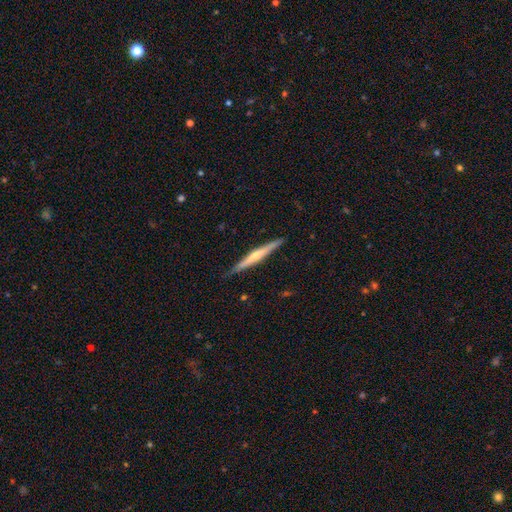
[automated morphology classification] Smooth or featured: featured or disk — 65% (smooth — 30%)
Edge-on disk: yes — 97% (no — 3%)
Edge-on bulge: rounded — 72% (none — 23%)
Merging: none — 89% (minor disturbance — 9%)